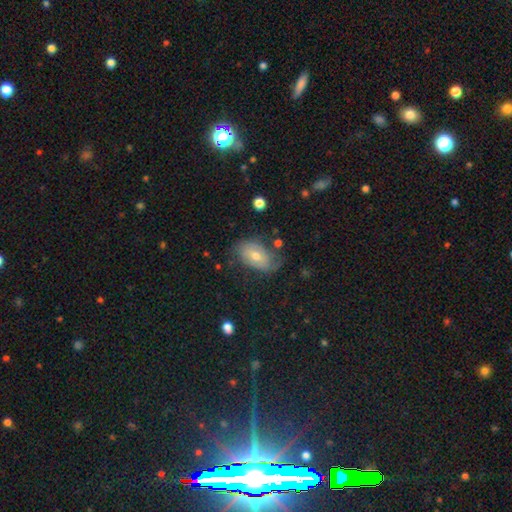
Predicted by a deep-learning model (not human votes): smooth 45%, featured or disk 42%, star or artifact 13%. Down the decision tree: merging — none (61%).